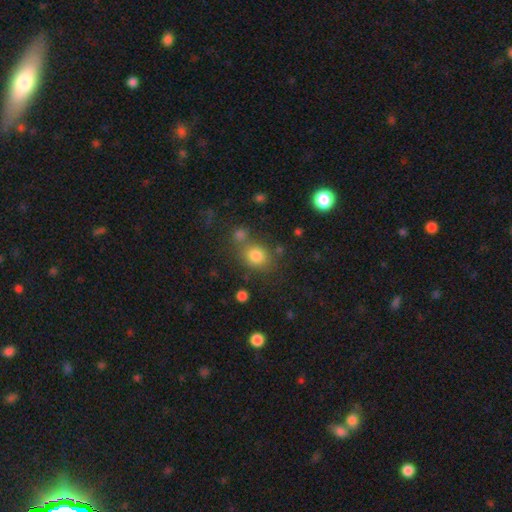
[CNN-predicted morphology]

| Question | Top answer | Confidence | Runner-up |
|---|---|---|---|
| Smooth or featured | smooth | 80% | star or artifact (13%) |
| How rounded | round | 69% | in between (30%) |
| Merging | none | 64% | merger (18%) |